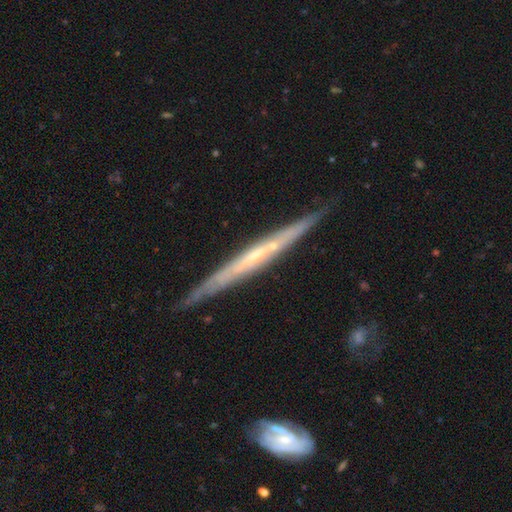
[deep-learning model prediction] Smooth or featured: featured or disk — 74% (smooth — 20%)
Edge-on disk: yes — 94% (no — 6%)
Edge-on bulge: none — 72% (rounded — 21%)
Merging: none — 85% (minor disturbance — 11%)